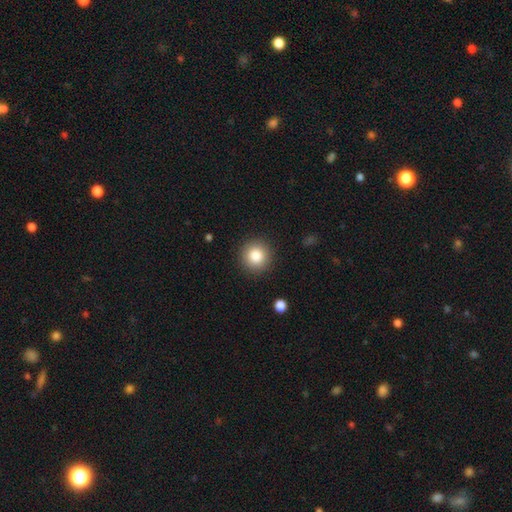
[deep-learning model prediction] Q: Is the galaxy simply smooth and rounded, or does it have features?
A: smooth — 84%.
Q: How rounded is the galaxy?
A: round — 94%.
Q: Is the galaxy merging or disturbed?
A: none — 90%.